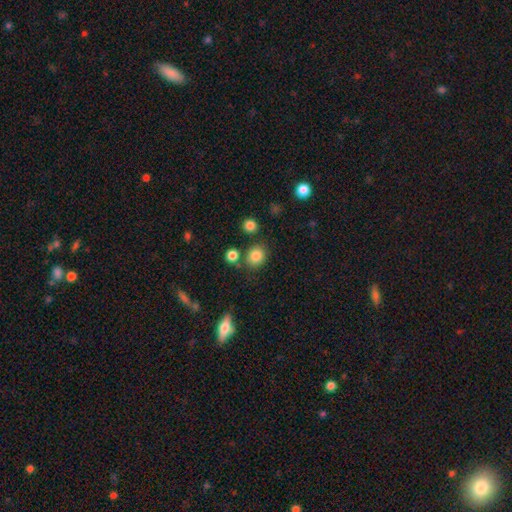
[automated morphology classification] smooth-or-featured: smooth: 83% | star or artifact: 11% | featured or disk: 5%
  how-rounded: round: 71% | in between: 28% | cigar-shaped: 1%
  merging: none: 78% | minor disturbance: 11% | merger: 8% | major disturbance: 4%